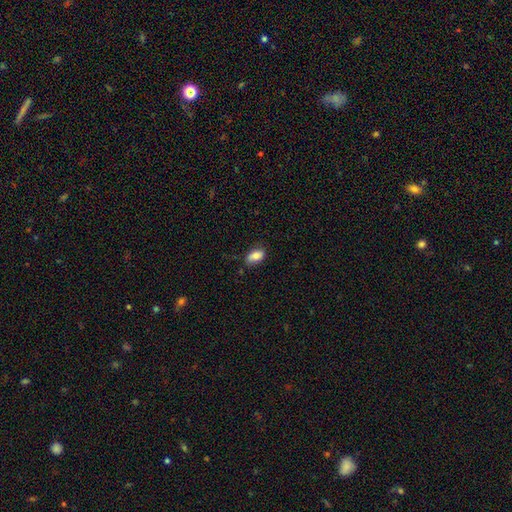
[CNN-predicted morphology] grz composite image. It shows a smooth galaxy with no disk features (81%) that is in between round and cigar-shaped (91%). Merging: none (73%).